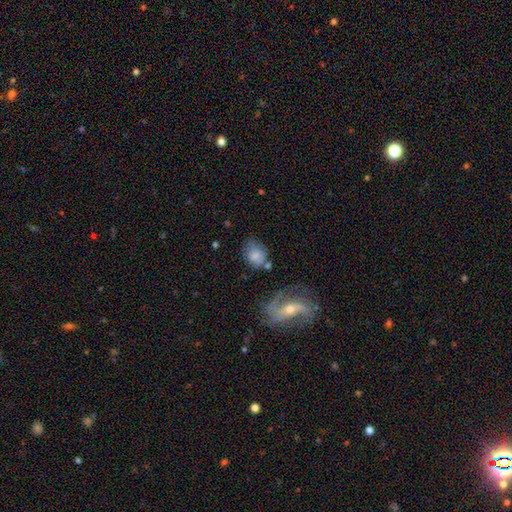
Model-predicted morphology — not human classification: A smooth galaxy with no disk features (67%) that is in between round and cigar-shaped (56%). Merging: none (56%).